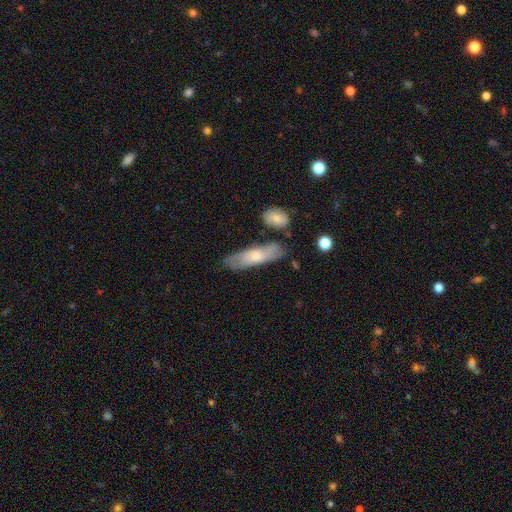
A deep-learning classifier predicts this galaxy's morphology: The model was most divided on "smooth or featured": smooth: 53%, featured or disk: 41%, star or artifact: 7%. More confident: merging — none (72%); how rounded — cigar-shaped (58%).